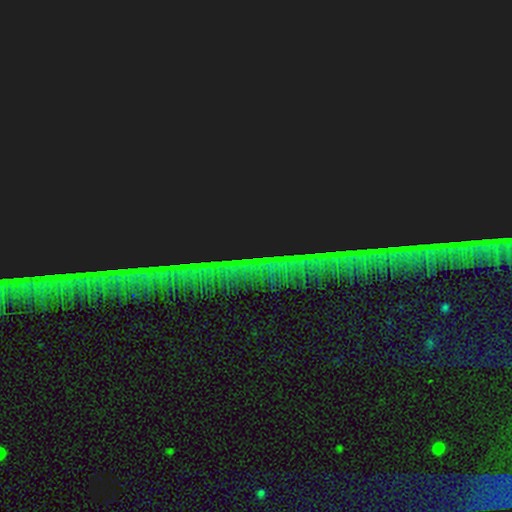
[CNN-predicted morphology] Smooth or featured? star or artifact (83%)